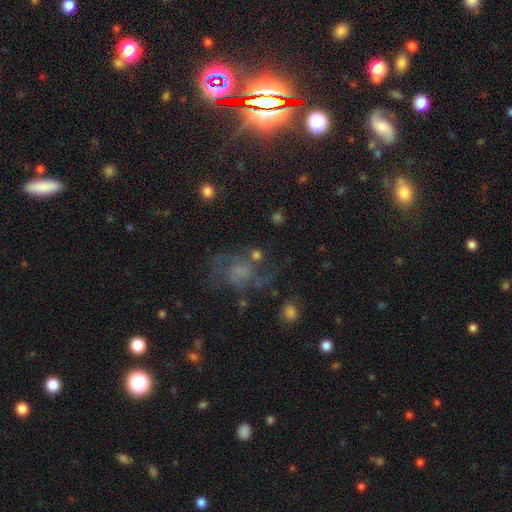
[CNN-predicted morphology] type=featured or disk (51%); edge-on=no (97%); merging=none (47%).